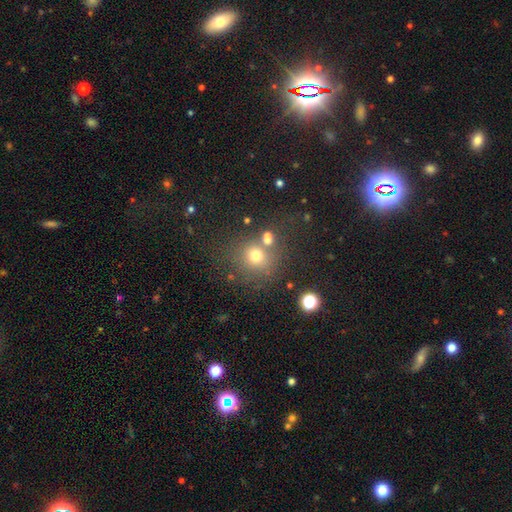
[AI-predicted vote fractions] This is likely a smooth galaxy (68%). How rounded: clearly round (86%). Merging: likely none (67%).